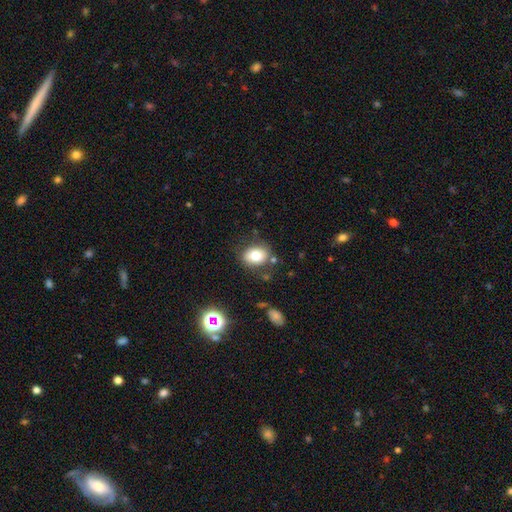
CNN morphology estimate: Overall: smooth (76%). How rounded: in between (60%; round 39%). Merging: none (77%).